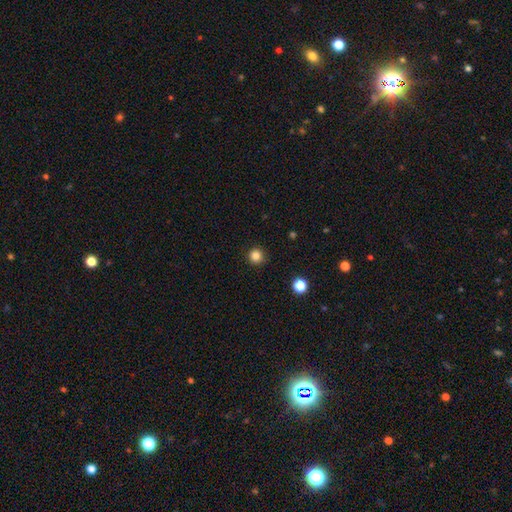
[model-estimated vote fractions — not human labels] Smooth or featured? Predicted: smooth (p=0.84). How rounded? Predicted: round (p=0.96). Merging? Predicted: none (p=0.92).